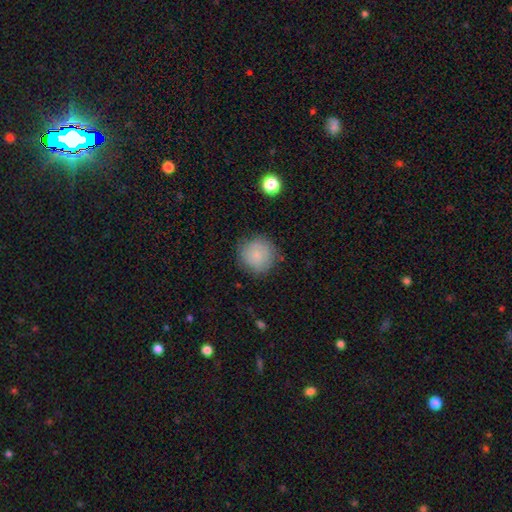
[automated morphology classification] This appears to be a smooth galaxy with no disk features (79%) that is round (93%). Merging: none (80%).